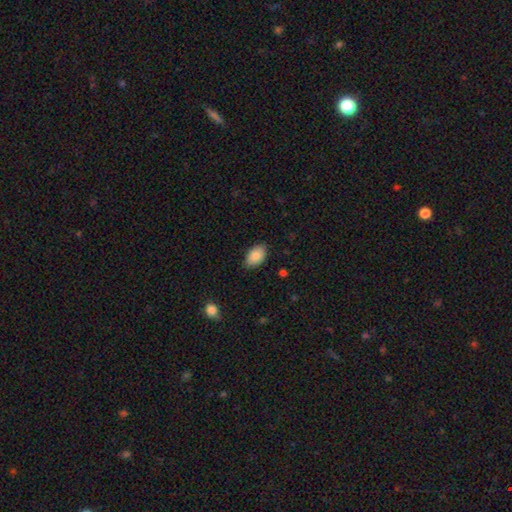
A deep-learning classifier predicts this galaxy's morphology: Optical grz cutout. It shows a smooth galaxy with no disk features (86%) that is in between round and cigar-shaped (91%). Merging: none (82%).